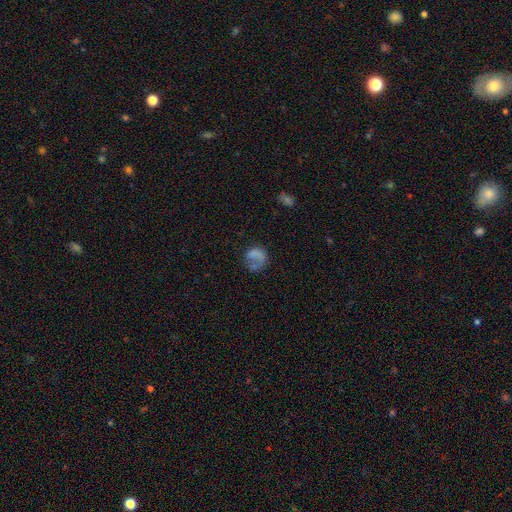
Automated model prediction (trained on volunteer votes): This is likely a smooth galaxy (60%). How rounded: likely round (69%). Merging: marginally none (42%).